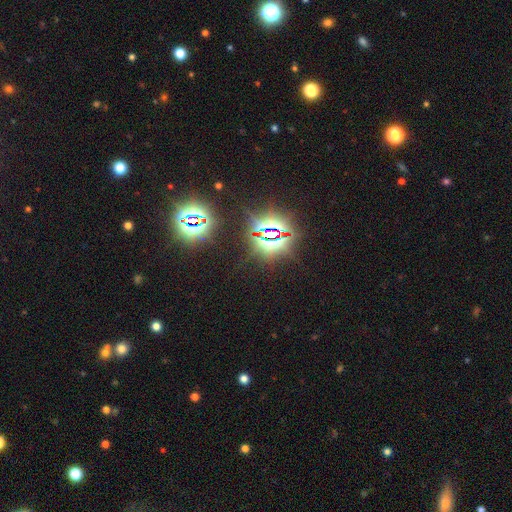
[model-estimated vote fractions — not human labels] This appears to be a star or artifact, not a galaxy (83%).